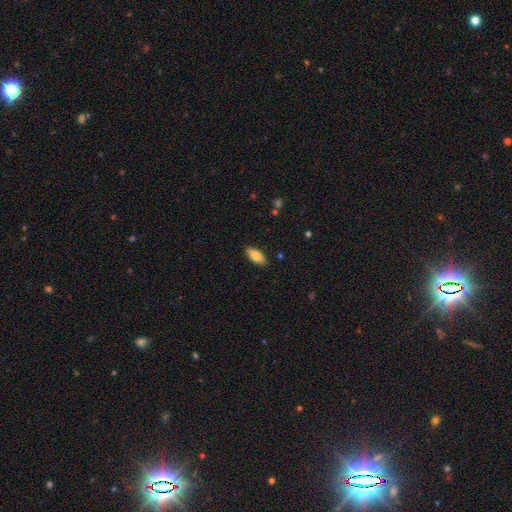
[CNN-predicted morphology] Smooth or featured: smooth — 83% (featured or disk — 10%)
How rounded: in between — 88% (cigar-shaped — 10%)
Merging: none — 88% (minor disturbance — 9%)